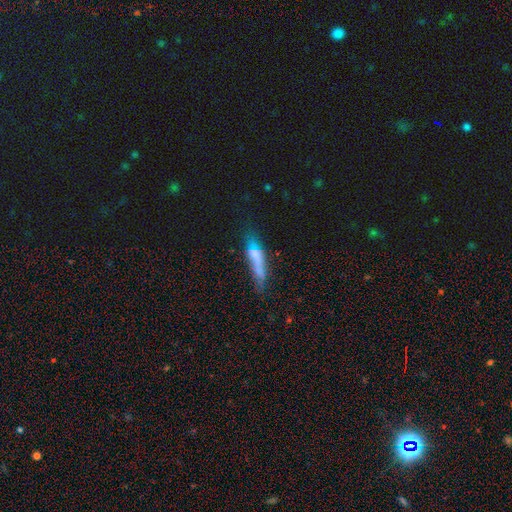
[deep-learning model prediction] A smooth galaxy with no disk features (53%) that is cigar-shaped (74%).

Vote fractions:
- Smooth or featured? smooth: 53% / featured or disk: 35% / star or artifact: 12%
- How rounded? cigar-shaped: 74% / in between: 23% / round: 3%
- Merging? none: 41% / minor disturbance: 25% / major disturbance: 21% / merger: 13%